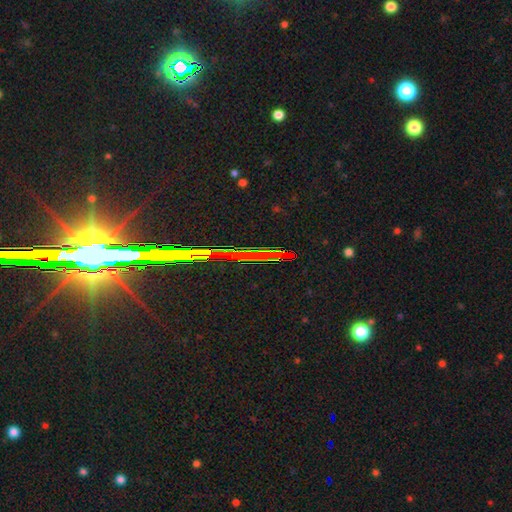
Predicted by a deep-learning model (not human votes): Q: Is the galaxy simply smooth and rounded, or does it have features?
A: star or artifact — 76%.